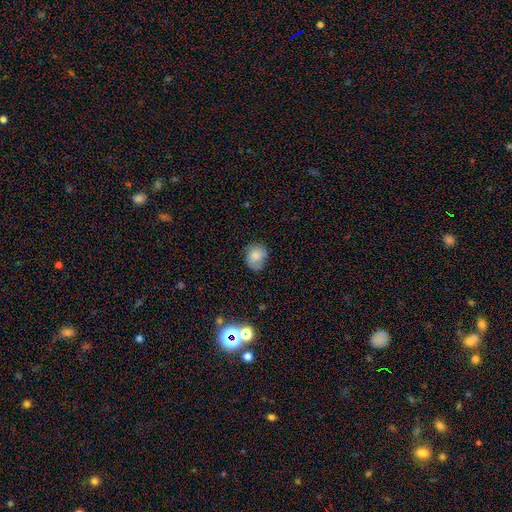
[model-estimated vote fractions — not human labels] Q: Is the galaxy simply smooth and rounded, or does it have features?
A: smooth — 79%.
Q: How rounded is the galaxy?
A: round — 67%.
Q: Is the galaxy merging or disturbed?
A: none — 70%.